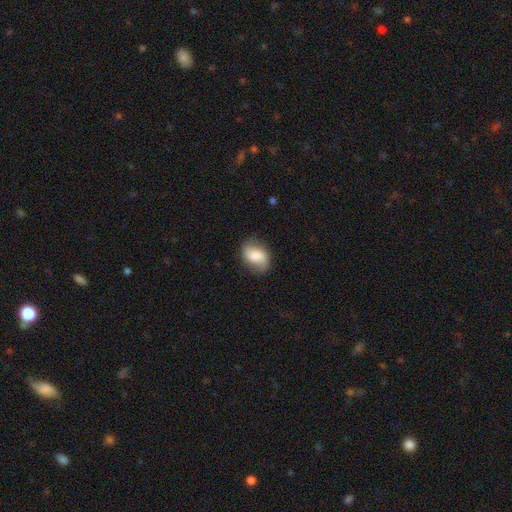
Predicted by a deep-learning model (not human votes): smooth-or-featured: smooth: 64% | featured or disk: 29% | star or artifact: 8%
  how-rounded: in between: 76% | round: 23% | cigar-shaped: 2%
  merging: none: 77% | minor disturbance: 17% | major disturbance: 5% | merger: 1%